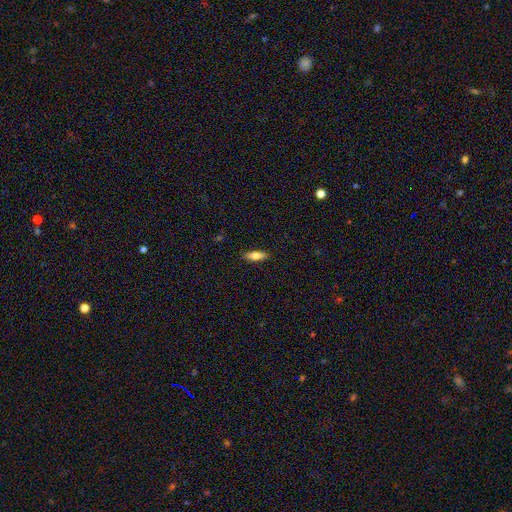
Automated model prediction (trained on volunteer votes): Morphology: type=smooth (77%); roundness=in between (65%); merging=none (88%).